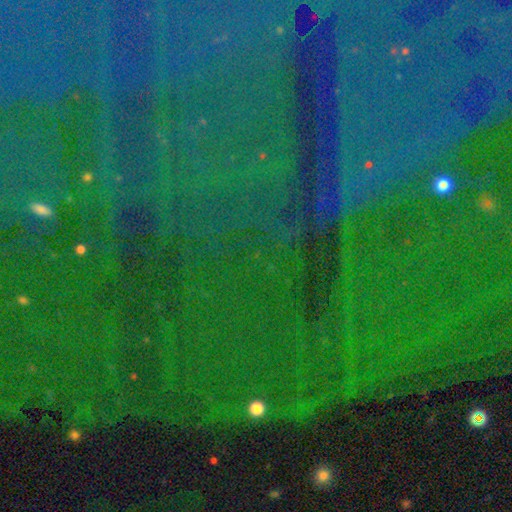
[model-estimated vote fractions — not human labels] The model was most divided on "smooth or featured": star or artifact: 84%, featured or disk: 8%, smooth: 8%.